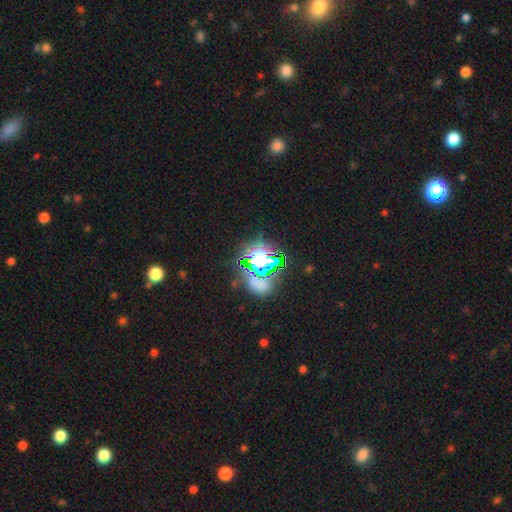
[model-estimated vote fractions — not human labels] A star or artifact, not a galaxy (81%).

Vote fractions:
- Smooth or featured? star or artifact: 81% / smooth: 12% / featured or disk: 8%